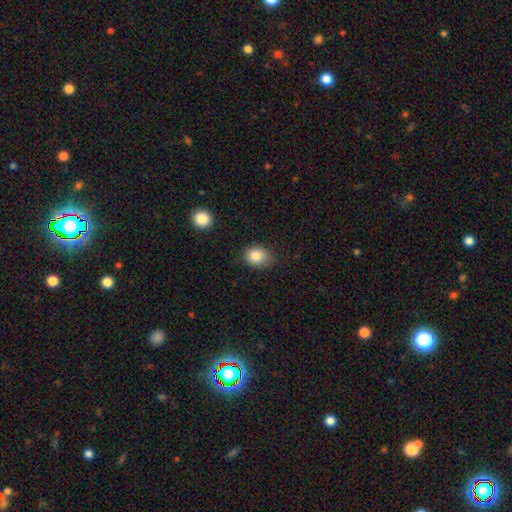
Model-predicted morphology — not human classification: This is clearly a smooth galaxy (83%). How rounded: possibly in between (51%). Merging: likely none (75%).